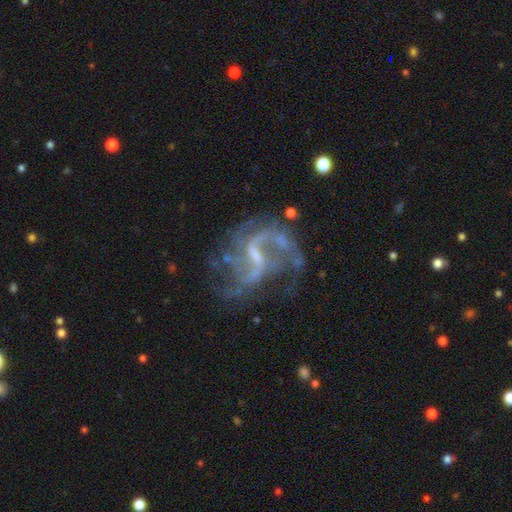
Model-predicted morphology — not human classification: This appears to be a featured or disk galaxy (88%) with a weak bar (53%), 2 (67%) loose (53%) spiral arms (93%) and a small central bulge (51%). Merging: none (52%).